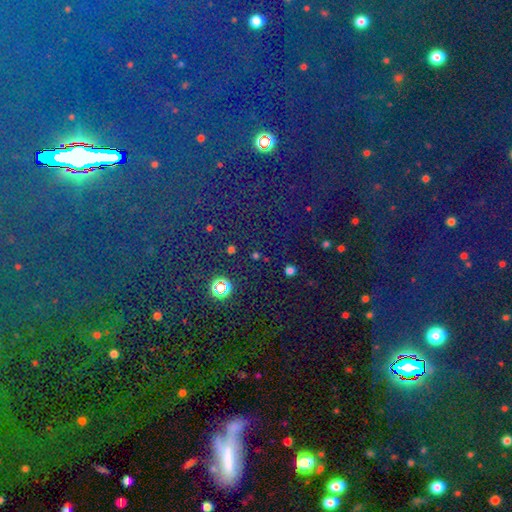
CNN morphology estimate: This appears to be a star or artifact, not a galaxy (67%).